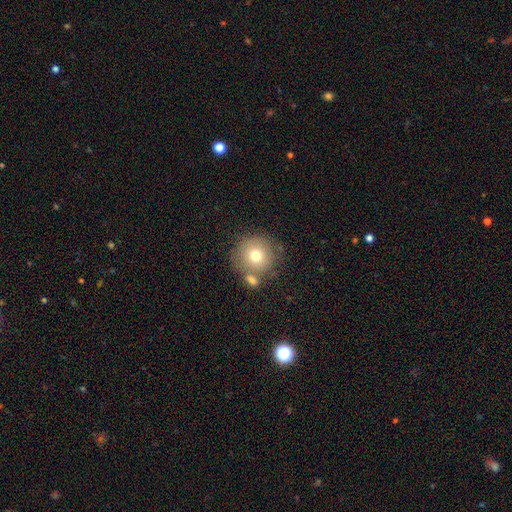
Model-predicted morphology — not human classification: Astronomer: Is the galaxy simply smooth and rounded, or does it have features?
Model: smooth — 73%.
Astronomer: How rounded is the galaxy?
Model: round — 92%.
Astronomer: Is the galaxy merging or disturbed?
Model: none — 66%.